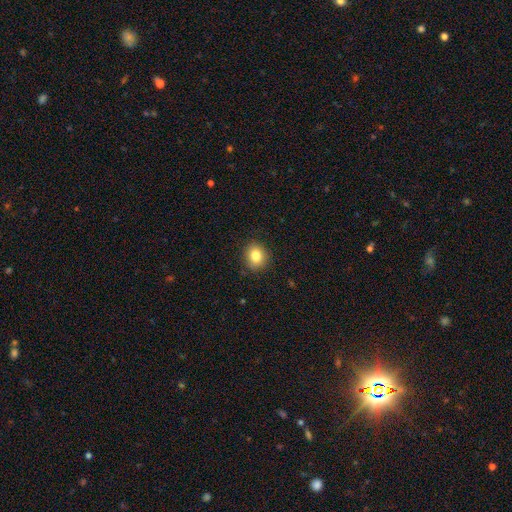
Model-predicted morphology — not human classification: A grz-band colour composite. It shows a smooth galaxy with no disk features (83%) that is round (73%). Merging: none (88%).